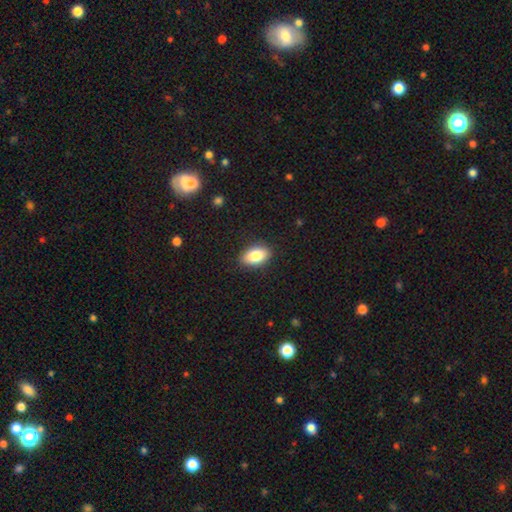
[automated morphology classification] Smooth or featured?
  - smooth: 84% *
  - featured or disk: 9%
  - star or artifact: 7%
How rounded?
  - in between: 91% *
  - round: 7%
  - cigar-shaped: 2%
Merging?
  - none: 88% *
  - minor disturbance: 9%
  - major disturbance: 2%
  - merger: 1%